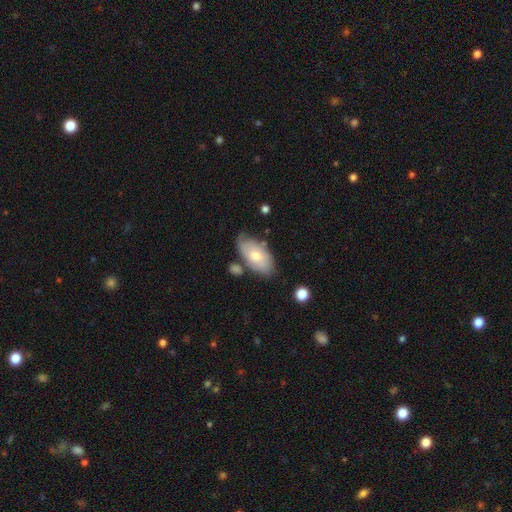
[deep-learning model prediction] smooth_or_featured: smooth (p=0.61) [alt: featured or disk p=0.32]
how_rounded: in between (p=0.93) [alt: cigar-shaped p=0.03]
merging: none (p=0.66) [alt: minor disturbance p=0.21]